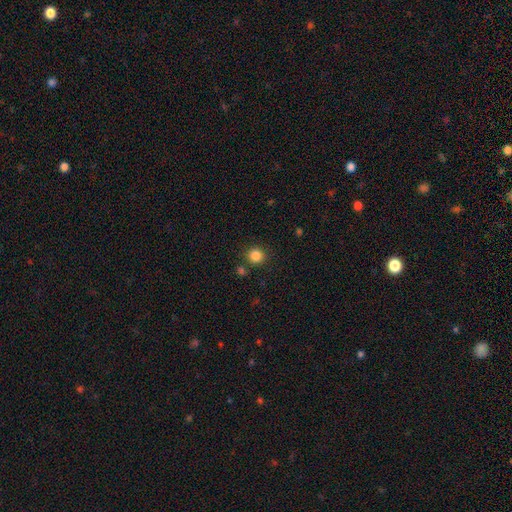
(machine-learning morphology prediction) smooth_or_featured: smooth (p=0.85) [alt: star or artifact p=0.11]
how_rounded: round (p=0.89) [alt: in between p=0.10]
merging: none (p=0.84) [alt: minor disturbance p=0.08]